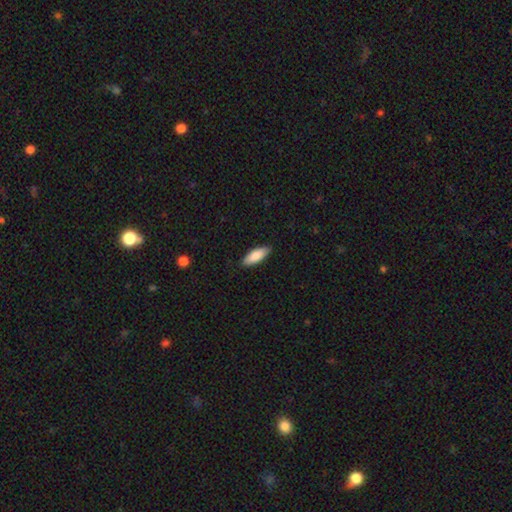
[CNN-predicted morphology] Overall: smooth (85%). How rounded: in between (71%). Merging: none (88%).